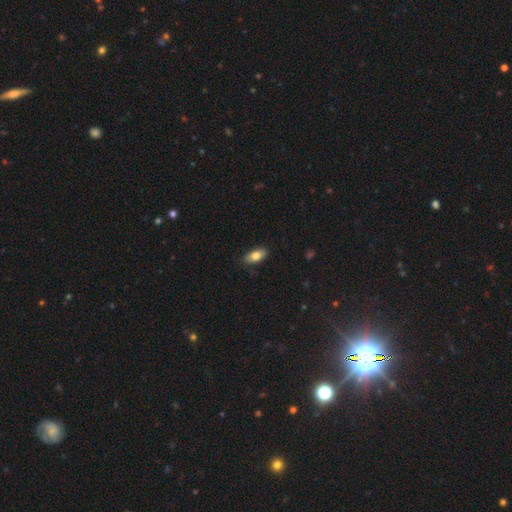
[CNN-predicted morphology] smooth 81%, featured or disk 12%, star or artifact 7%. Down the decision tree: how rounded — in between (91%); merging — none (86%).